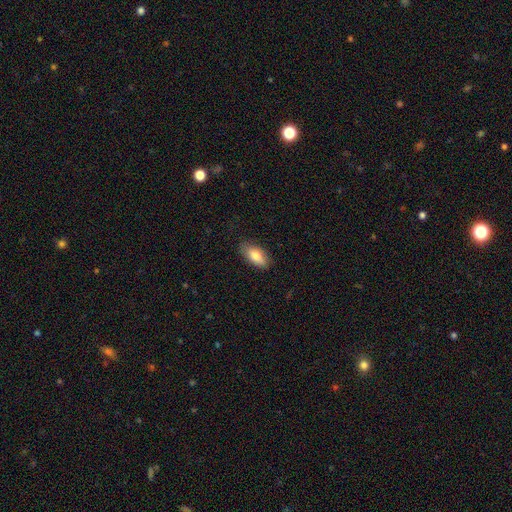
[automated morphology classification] smooth-or-featured: smooth: 79% | featured or disk: 15% | star or artifact: 7%
  how-rounded: in between: 88% | cigar-shaped: 8% | round: 3%
  merging: none: 82% | minor disturbance: 14% | major disturbance: 3% | merger: 1%